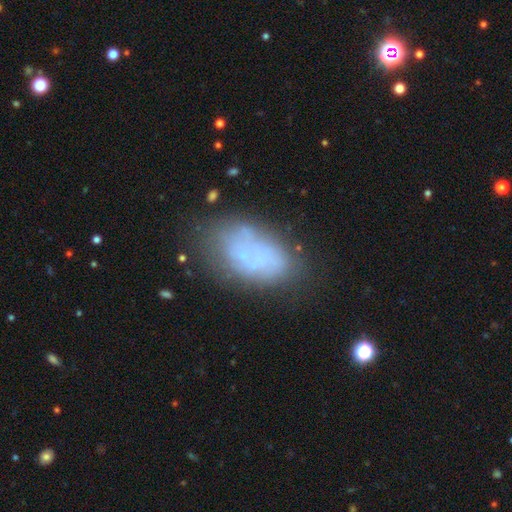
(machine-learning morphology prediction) Smooth or featured?
  - smooth: 49% *
  - featured or disk: 38%
  - star or artifact: 13%
Merging?
  - none: 52% *
  - minor disturbance: 24%
  - major disturbance: 15%
  - merger: 9%